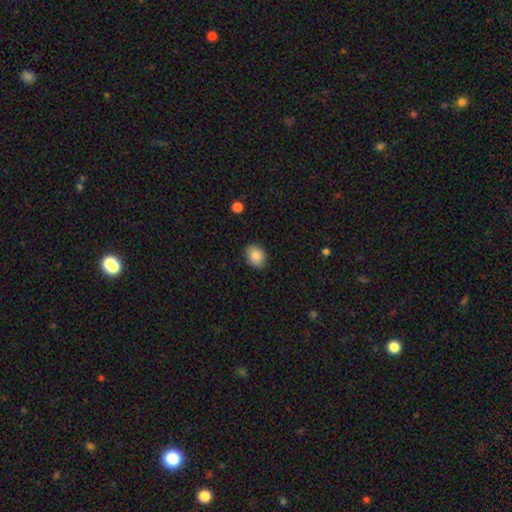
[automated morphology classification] Q: Smooth or featured?
A: smooth (86%); runner-up: star or artifact (8%)
Q: How rounded?
A: in between (58%); runner-up: round (42%)
Q: Merging?
A: none (84%); runner-up: minor disturbance (12%)